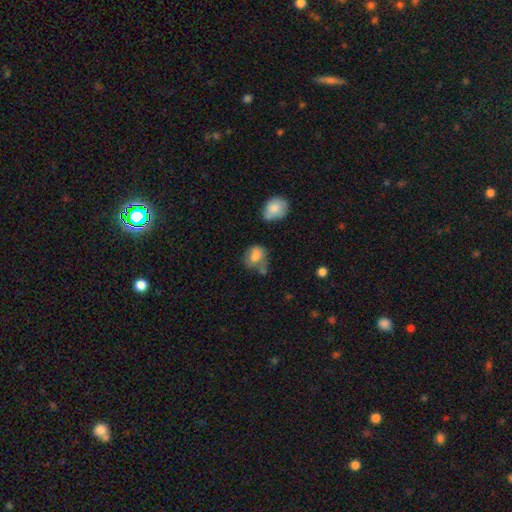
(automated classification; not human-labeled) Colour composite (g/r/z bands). It shows a smooth galaxy with no disk features (77%) that is in between round and cigar-shaped (63%). Merging: none (40%).